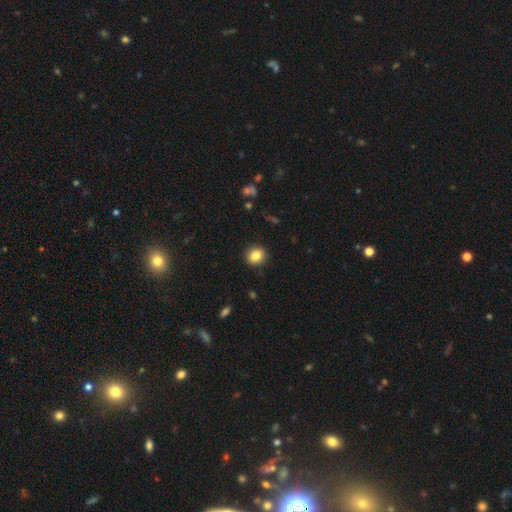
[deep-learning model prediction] This appears to be a smooth galaxy with no disk features (85%) that is round (71%). Merging: none (90%).